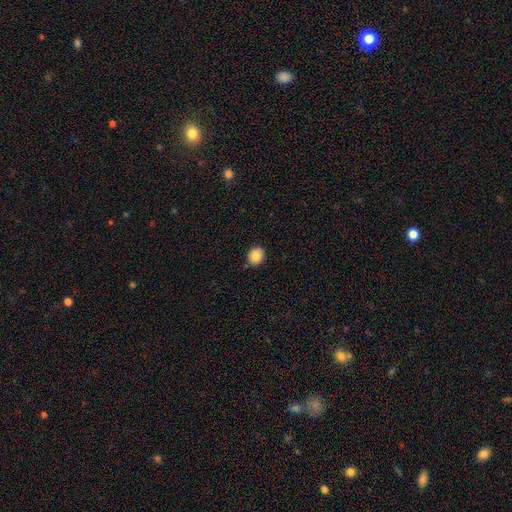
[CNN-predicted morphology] Smooth or featured? Predicted: smooth (p=0.86). How rounded? Predicted: round (p=0.69). Merging? Predicted: none (p=0.87).